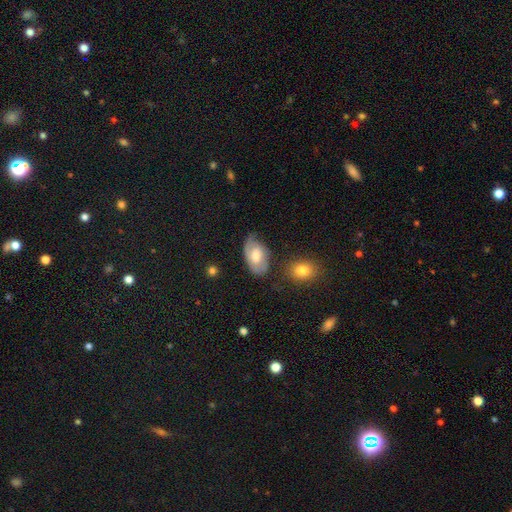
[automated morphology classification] The model was most divided on "smooth or featured": featured or disk: 50%, smooth: 44%, star or artifact: 7%. More confident: merging — none (54%).